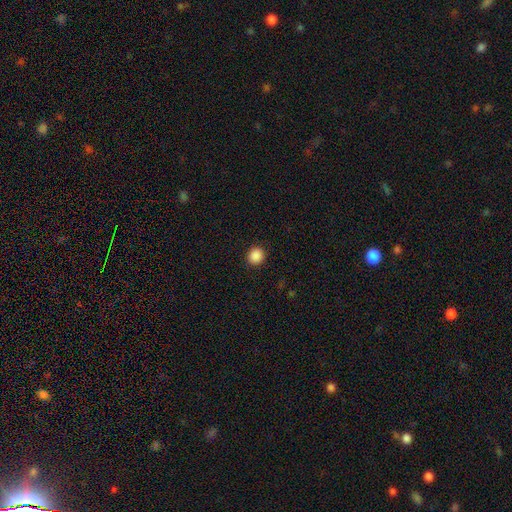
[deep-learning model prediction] The model was most divided on "how rounded": round: 84%, in between: 15%, cigar-shaped: 1%. More confident: merging — none (91%); smooth or featured — smooth (88%).